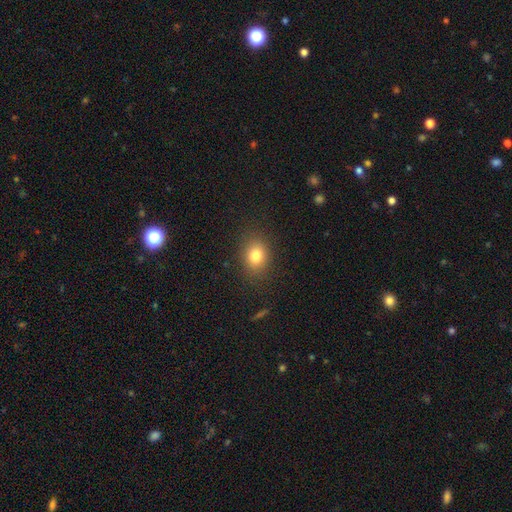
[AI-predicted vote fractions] smooth 80%, star or artifact 11%, featured or disk 8%. Down the decision tree: how rounded — in between (53%); merging — none (86%).